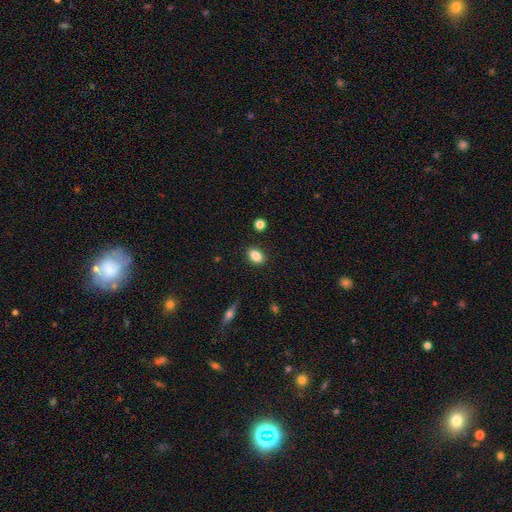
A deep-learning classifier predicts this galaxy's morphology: The model was most divided on "how rounded": in between: 76%, round: 22%, cigar-shaped: 2%. More confident: merging — none (87%); smooth or featured — smooth (85%).